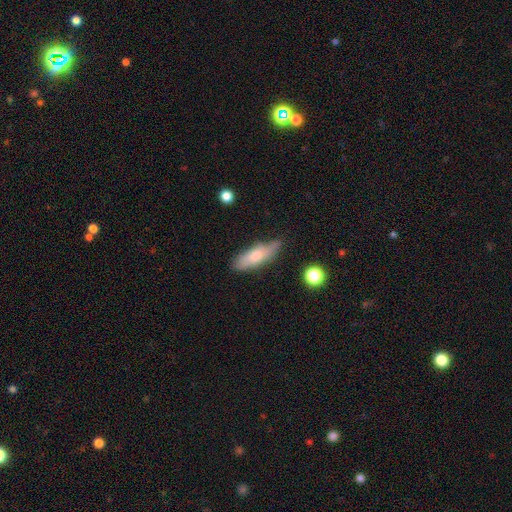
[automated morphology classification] smooth-or-featured: smooth: 65% | featured or disk: 28% | star or artifact: 7%
  how-rounded: in between: 57% | cigar-shaped: 41% | round: 3%
  merging: none: 63% | minor disturbance: 28% | major disturbance: 6% | merger: 3%